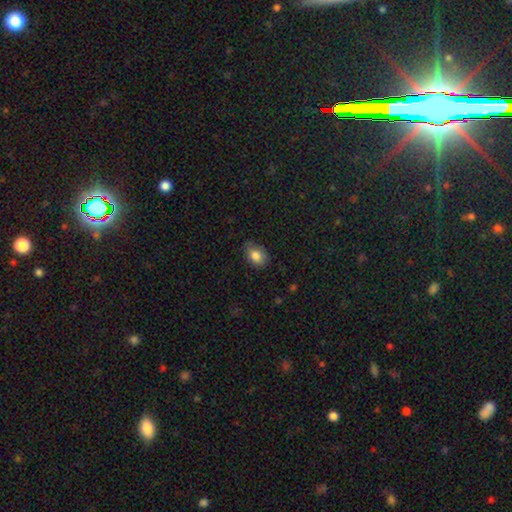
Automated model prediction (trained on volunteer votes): A smooth galaxy with no disk features (83%) that is in between round and cigar-shaped (78%).

Vote fractions:
- Smooth or featured? smooth: 83% / featured or disk: 9% / star or artifact: 8%
- How rounded? in between: 78% / round: 21% / cigar-shaped: 1%
- Merging? none: 76% / minor disturbance: 19% / major disturbance: 4% / merger: 1%